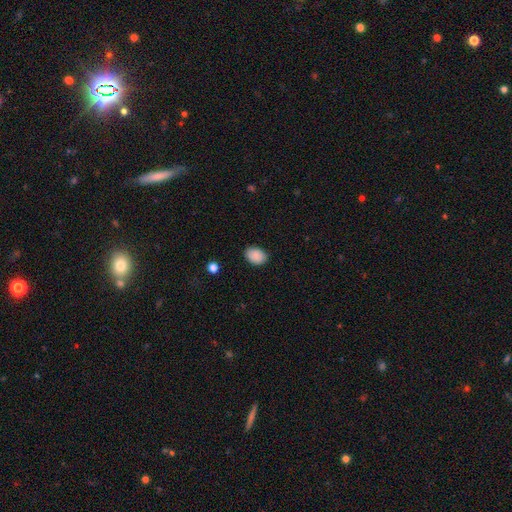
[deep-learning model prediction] A smooth galaxy with no disk features (89%) that is in between round and cigar-shaped (73%).

Vote fractions:
- Smooth or featured? smooth: 89% / star or artifact: 7% / featured or disk: 3%
- How rounded? in between: 73% / round: 26% / cigar-shaped: 1%
- Merging? none: 84% / minor disturbance: 12% / major disturbance: 2% / merger: 1%